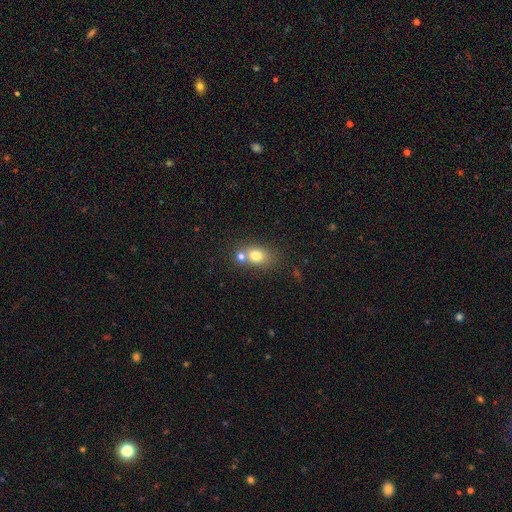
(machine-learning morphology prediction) A smooth galaxy with no disk features (76%) that is in between round and cigar-shaped (59%).

Vote fractions:
- Smooth or featured? smooth: 76% / featured or disk: 13% / star or artifact: 11%
- How rounded? in between: 59% / round: 39% / cigar-shaped: 2%
- Merging? none: 46% / merger: 40% / minor disturbance: 10% / major disturbance: 4%